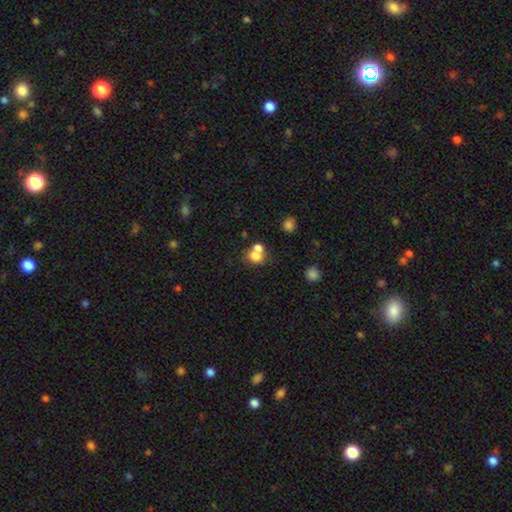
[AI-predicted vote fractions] smooth-or-featured: smooth: 74% | featured or disk: 14% | star or artifact: 12%
  how-rounded: round: 66% | in between: 33% | cigar-shaped: 1%
  merging: merger: 54% | none: 34% | minor disturbance: 7% | major disturbance: 4%